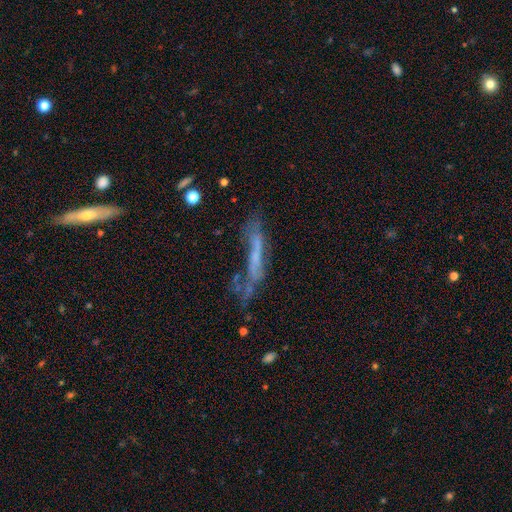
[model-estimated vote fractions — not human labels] smooth_or_featured: featured or disk (p=0.53) [alt: smooth p=0.33]
disk_edge_on: no (p=0.51) [alt: yes p=0.49]
merging: none (p=0.37) [alt: major disturbance p=0.29]